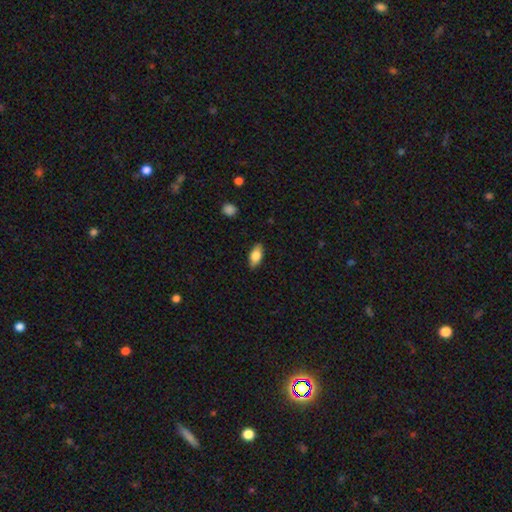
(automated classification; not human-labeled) This is likely a smooth galaxy (76%). How rounded: clearly in between (87%). Merging: clearly none (87%).